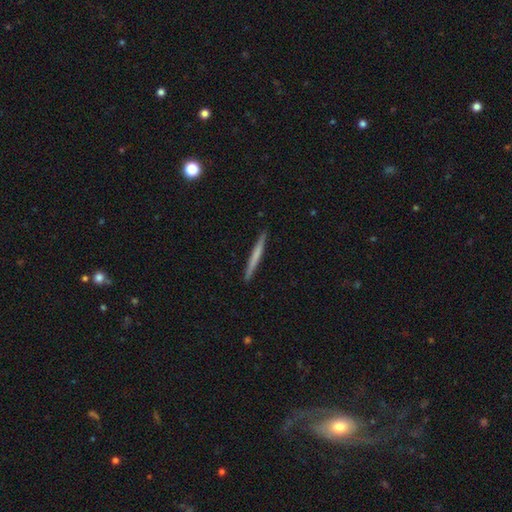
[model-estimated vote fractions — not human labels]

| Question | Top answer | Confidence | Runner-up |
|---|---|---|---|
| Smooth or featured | smooth | 55% | featured or disk (39%) |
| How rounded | cigar-shaped | 97% | in between (2%) |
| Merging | none | 92% | minor disturbance (6%) |